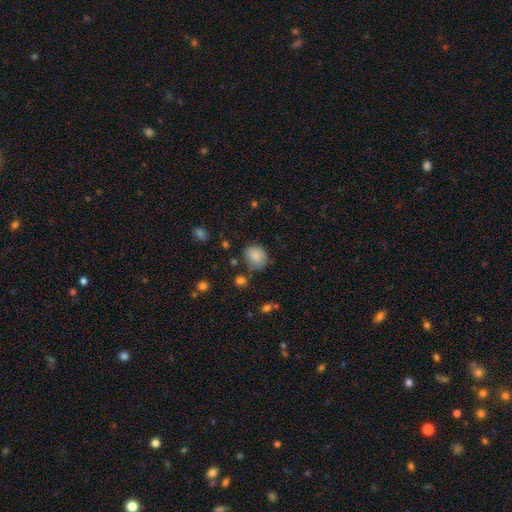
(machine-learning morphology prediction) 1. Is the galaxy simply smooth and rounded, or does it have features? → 85% smooth, 9% star or artifact, 7% featured or disk.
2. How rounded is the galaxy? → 69% round, 30% in between, 1% cigar-shaped.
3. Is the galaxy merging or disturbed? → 70% none, 20% minor disturbance, 5% major disturbance, 4% merger.